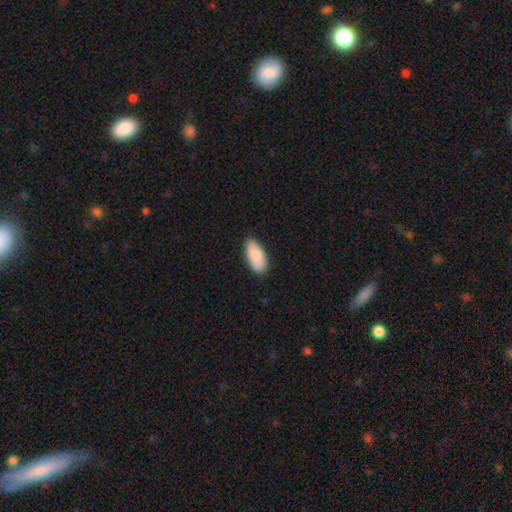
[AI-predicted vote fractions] smooth_or_featured: smooth (p=0.84) [alt: featured or disk p=0.10]
how_rounded: in between (p=0.92) [alt: cigar-shaped p=0.06]
merging: none (p=0.83) [alt: minor disturbance p=0.13]